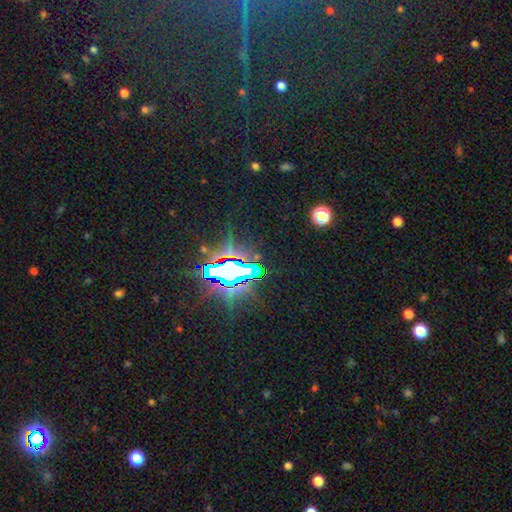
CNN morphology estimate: Q: Smooth or featured?
A: star or artifact (84%); runner-up: smooth (8%)